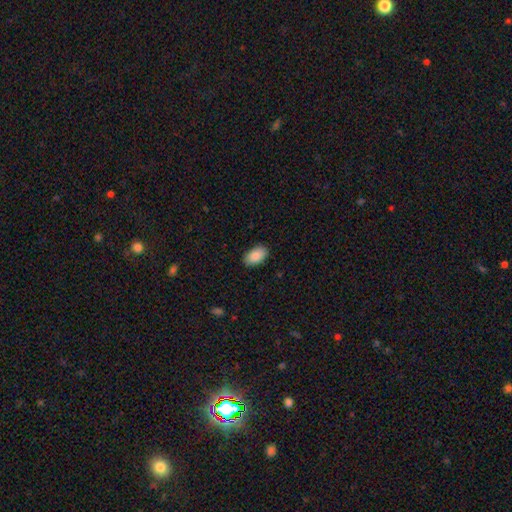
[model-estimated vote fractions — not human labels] This is clearly a smooth galaxy (87%). How rounded: clearly in between (94%). Merging: clearly none (88%).